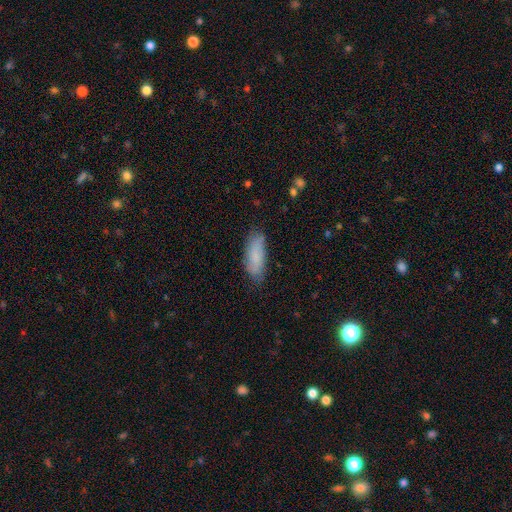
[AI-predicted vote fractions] The model was most divided on "how rounded": in between: 70%, cigar-shaped: 28%, round: 2%. More confident: smooth or featured — smooth (80%); merging — none (76%).